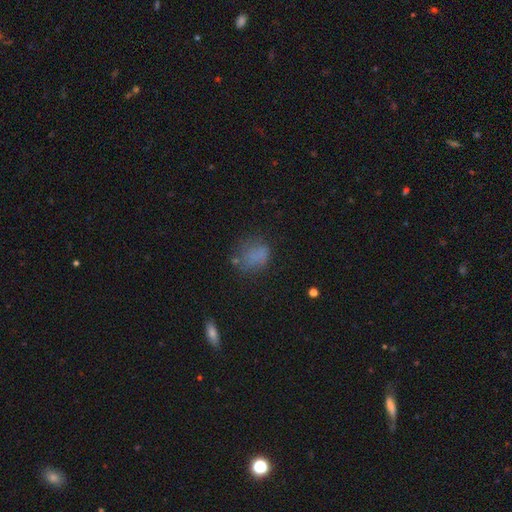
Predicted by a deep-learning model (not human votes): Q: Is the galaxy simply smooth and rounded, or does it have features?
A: smooth — 70%.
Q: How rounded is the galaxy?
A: in between — 51%.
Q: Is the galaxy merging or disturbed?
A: none — 54%.